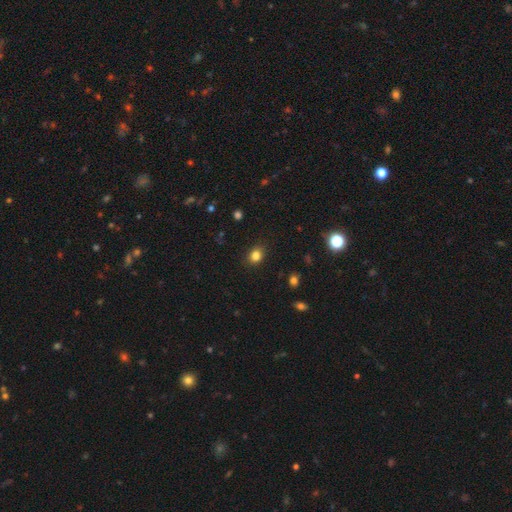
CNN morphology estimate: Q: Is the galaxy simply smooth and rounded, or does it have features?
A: smooth — 83%.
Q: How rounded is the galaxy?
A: round — 53%.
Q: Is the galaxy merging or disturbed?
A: none — 85%.